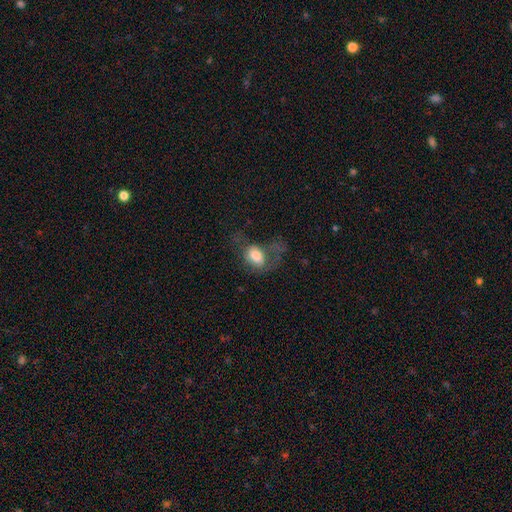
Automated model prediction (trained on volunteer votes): Smooth or featured: smooth — 69% (featured or disk — 22%)
How rounded: in between — 76% (round — 22%)
Merging: major disturbance — 52% (none — 24%)